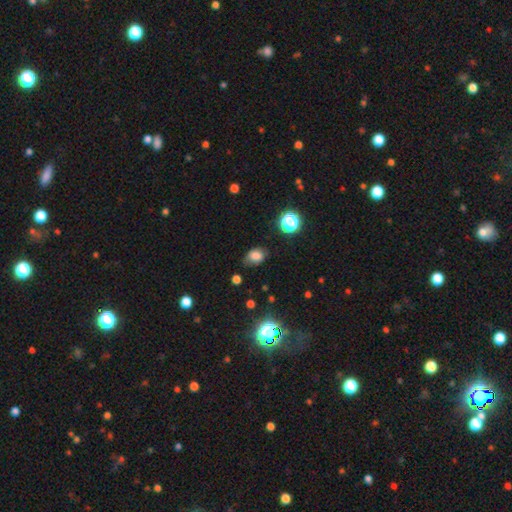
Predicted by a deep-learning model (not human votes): Q: Smooth or featured?
A: smooth (75%); runner-up: star or artifact (14%)
Q: How rounded?
A: in between (66%); runner-up: round (33%)
Q: Merging?
A: none (64%); runner-up: minor disturbance (26%)